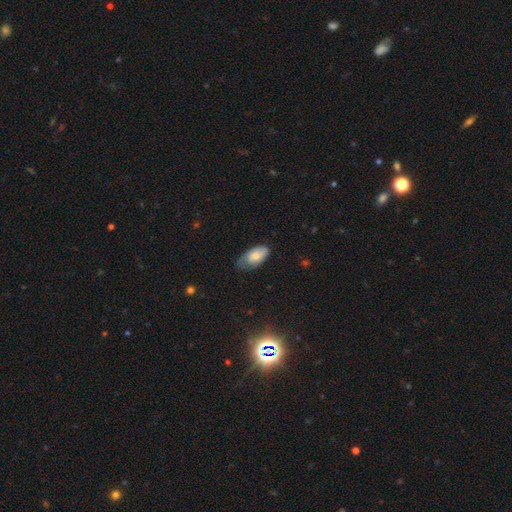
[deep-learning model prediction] A smooth galaxy with no disk features (76%) that is in between round and cigar-shaped (94%).

Vote fractions:
- Smooth or featured? smooth: 76% / featured or disk: 17% / star or artifact: 7%
- How rounded? in between: 94% / cigar-shaped: 3% / round: 3%
- Merging? none: 52% / minor disturbance: 37% / major disturbance: 10% / merger: 1%